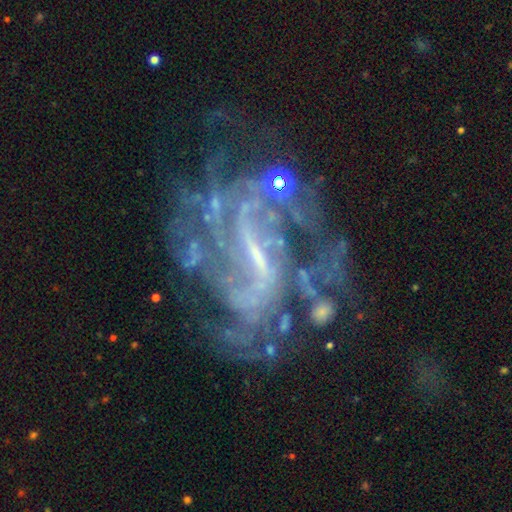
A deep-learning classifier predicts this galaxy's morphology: featured or disk 85%, star or artifact 10%, smooth 5%. Down the decision tree: edge-on disk — no (97%); bar — weak (44%); spiral arms — yes (88%); spiral arm count — can't tell (35%); spiral winding — medium (43%); bulge size — small (58%); merging — none (49%).